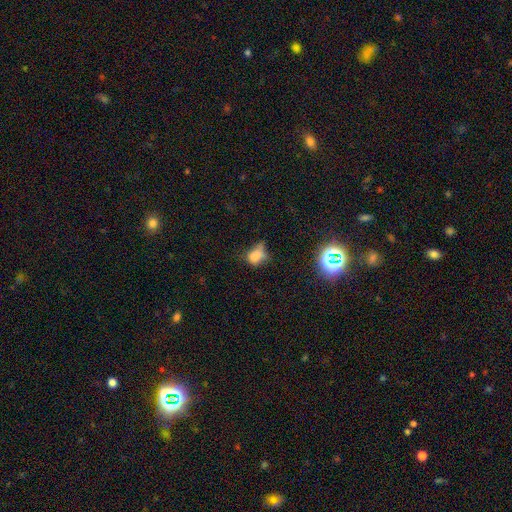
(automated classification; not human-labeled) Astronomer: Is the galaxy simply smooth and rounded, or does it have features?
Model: smooth — 68%.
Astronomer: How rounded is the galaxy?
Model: in between — 66%.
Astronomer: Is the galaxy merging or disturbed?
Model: minor disturbance — 35% (runner-up: none, 31%).